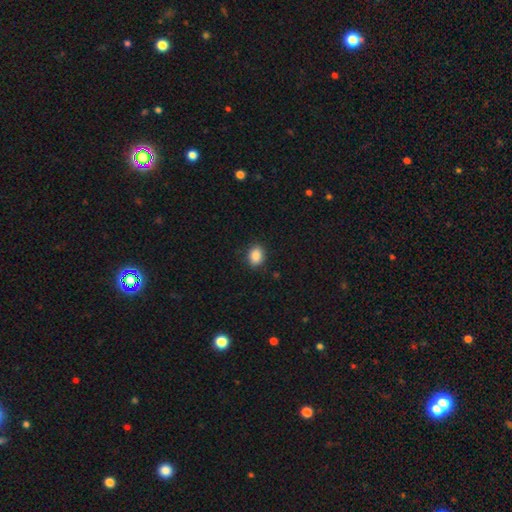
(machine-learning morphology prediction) Q: Smooth or featured?
A: smooth (88%); runner-up: star or artifact (8%)
Q: How rounded?
A: in between (64%); runner-up: round (35%)
Q: Merging?
A: none (86%); runner-up: minor disturbance (11%)